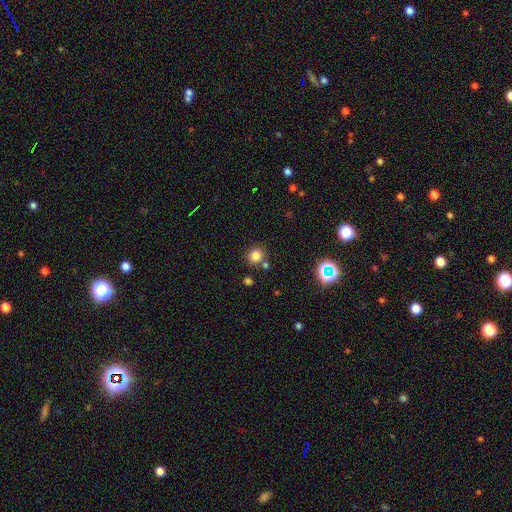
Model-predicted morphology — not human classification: Smooth or featured? Predicted: smooth (p=0.81). How rounded? Predicted: round (p=0.85). Merging? Predicted: none (p=0.78).